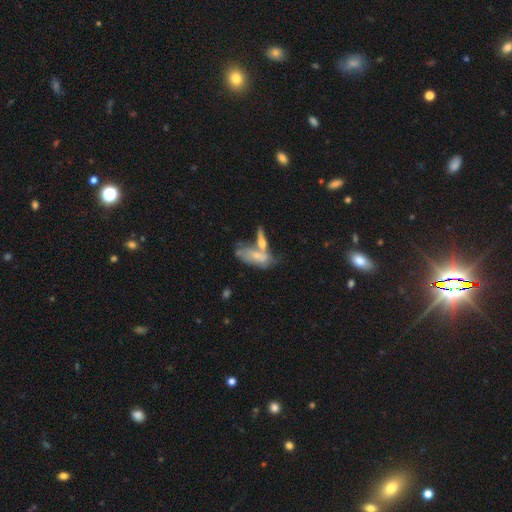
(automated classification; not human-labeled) Q: Smooth or featured?
A: smooth (51%); runner-up: featured or disk (42%)
Q: How rounded?
A: in between (77%); runner-up: cigar-shaped (20%)
Q: Merging?
A: merger (49%); runner-up: none (27%)